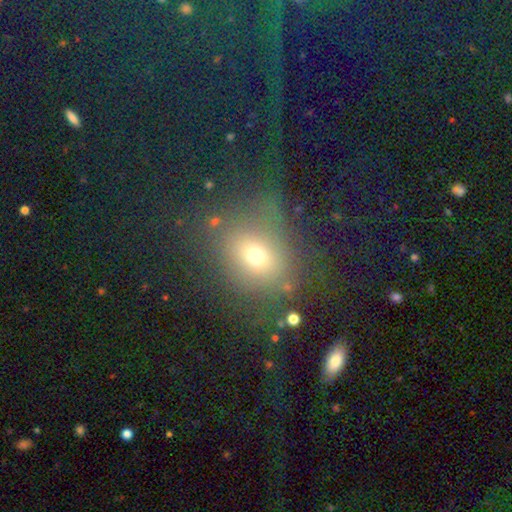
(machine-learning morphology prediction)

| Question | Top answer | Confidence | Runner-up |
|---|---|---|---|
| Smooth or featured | smooth | 65% | star or artifact (19%) |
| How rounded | round | 58% | in between (40%) |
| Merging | none | 61% | minor disturbance (18%) |